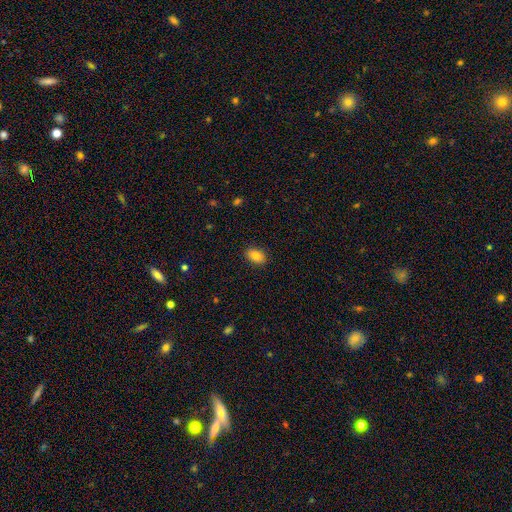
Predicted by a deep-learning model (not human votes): Smooth or featured? smooth (84%)
How rounded? in between (85%)
Merging? none (88%)